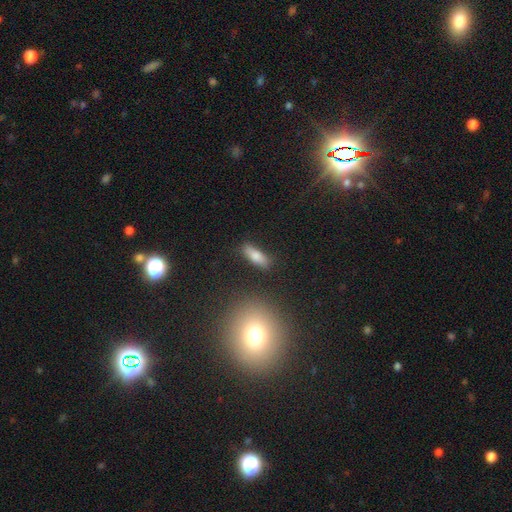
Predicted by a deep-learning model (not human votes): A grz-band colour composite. It shows a smooth galaxy with no disk features (76%) that is in between round and cigar-shaped (55%). Merging: none (82%).